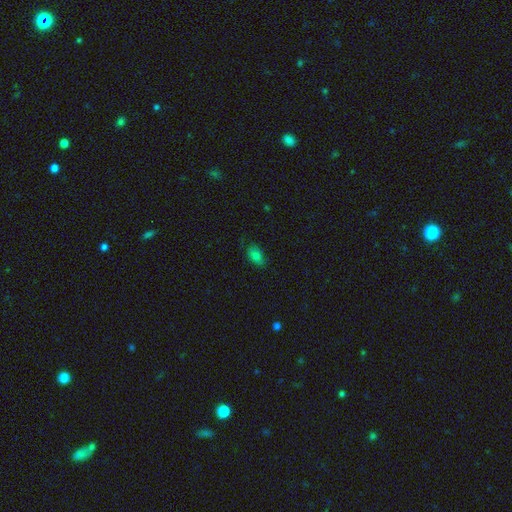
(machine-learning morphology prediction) This is likely a smooth galaxy (78%). How rounded: clearly in between (87%). Merging: likely none (77%).